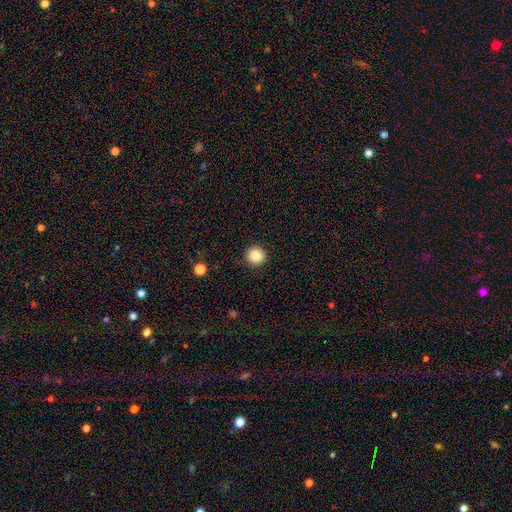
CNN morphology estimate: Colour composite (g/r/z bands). It shows a smooth galaxy with no disk features (85%) that is round (95%). Merging: none (92%).